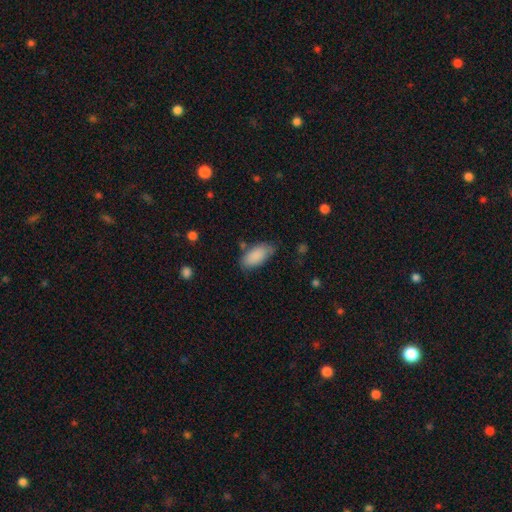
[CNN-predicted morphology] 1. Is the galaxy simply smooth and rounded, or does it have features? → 87% smooth, 7% star or artifact, 6% featured or disk.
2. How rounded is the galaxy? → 91% in between, 7% cigar-shaped, 2% round.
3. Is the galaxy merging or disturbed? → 68% none, 24% minor disturbance, 5% major disturbance, 3% merger.